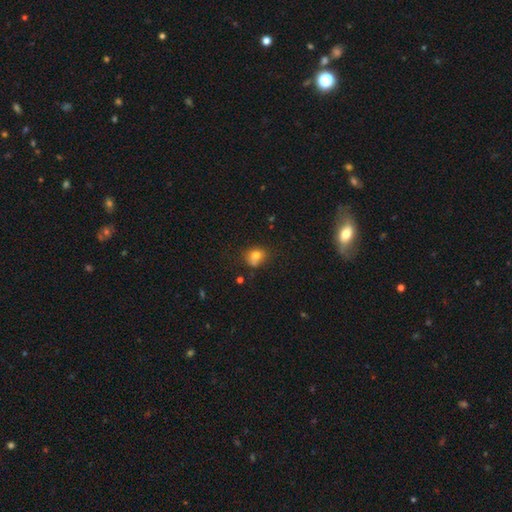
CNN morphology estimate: A smooth galaxy with no disk features (76%) that is round (62%).

Vote fractions:
- Smooth or featured? smooth: 76% / star or artifact: 13% / featured or disk: 12%
- How rounded? round: 62% / in between: 37% / cigar-shaped: 1%
- Merging? none: 54% / minor disturbance: 26% / merger: 11% / major disturbance: 8%